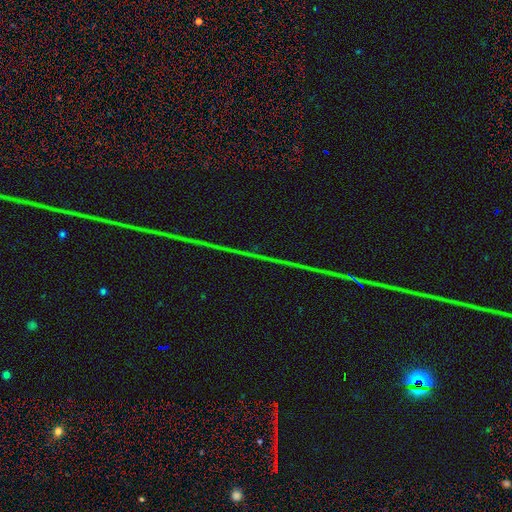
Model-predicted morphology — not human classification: star or artifact 87%, featured or disk 7%, smooth 6%.